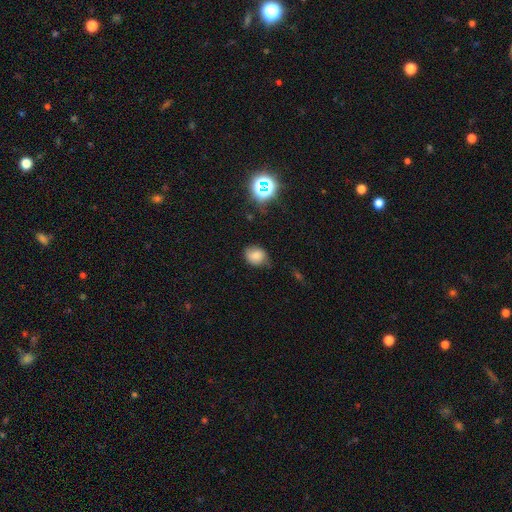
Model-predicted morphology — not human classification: Smooth or featured? Predicted: smooth (p=0.75). How rounded? Predicted: round (p=0.59). Merging? Predicted: none (p=0.68).